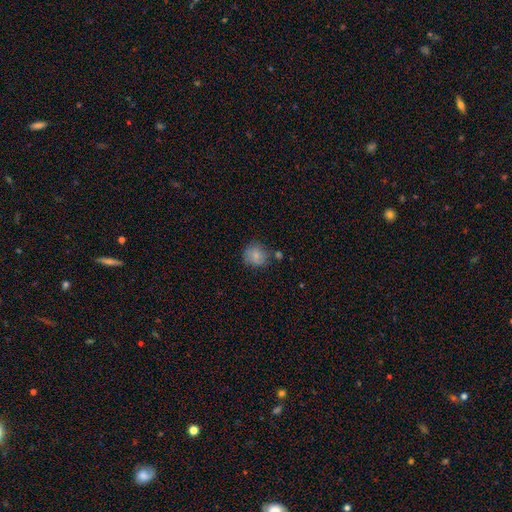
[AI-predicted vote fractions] Smooth or featured: smooth — 82% (featured or disk — 10%)
How rounded: round — 82% (in between — 17%)
Merging: none — 69% (minor disturbance — 18%)